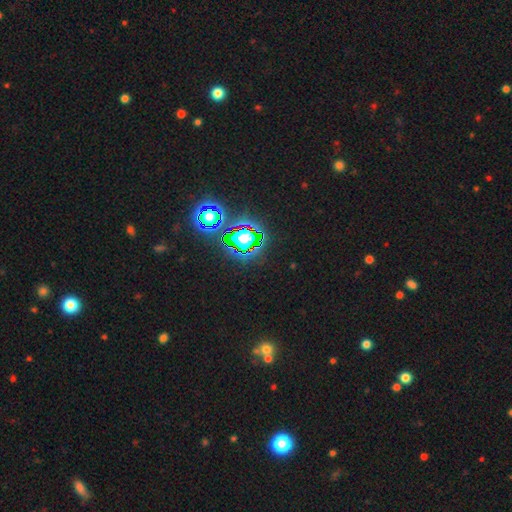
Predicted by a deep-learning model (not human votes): A star or artifact, not a galaxy (80%).